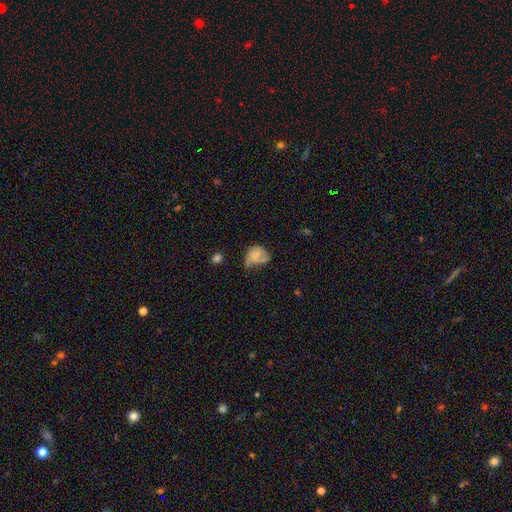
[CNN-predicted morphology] Smooth or featured: smooth — 61% (featured or disk — 29%)
How rounded: in between — 57% (round — 42%)
Merging: minor disturbance — 36% (major disturbance — 29%)